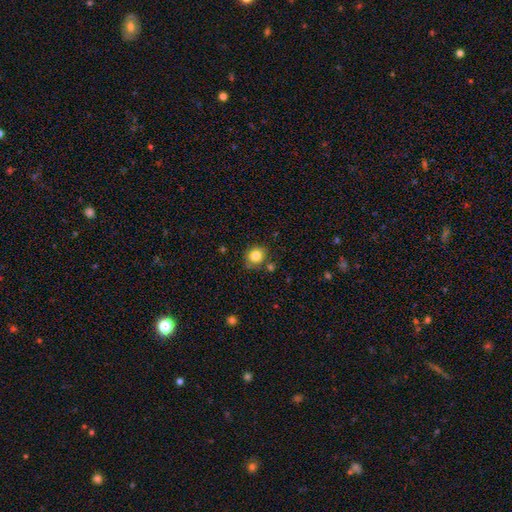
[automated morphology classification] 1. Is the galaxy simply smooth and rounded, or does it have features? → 82% smooth, 11% star or artifact, 7% featured or disk.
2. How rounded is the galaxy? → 76% round, 23% in between, 1% cigar-shaped.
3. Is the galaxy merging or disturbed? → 76% none, 15% minor disturbance, 6% merger, 3% major disturbance.